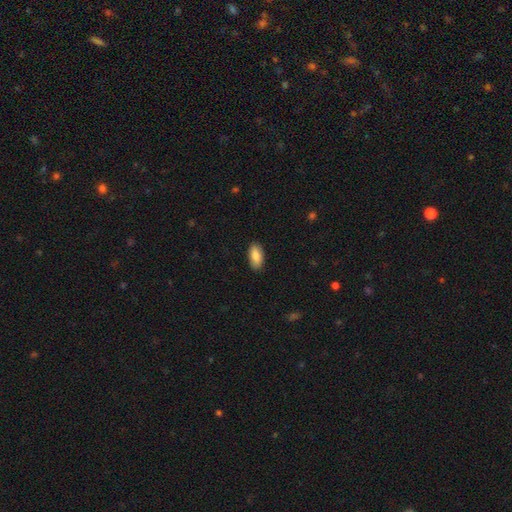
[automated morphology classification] This appears to be a smooth galaxy with no disk features (86%) that is in between round and cigar-shaped (92%). Merging: none (88%).